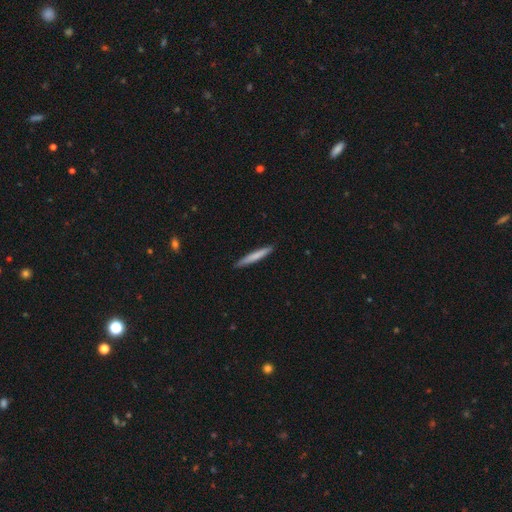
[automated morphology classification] A smooth galaxy with no disk features (73%) that is cigar-shaped (96%). Merging: none (89%).